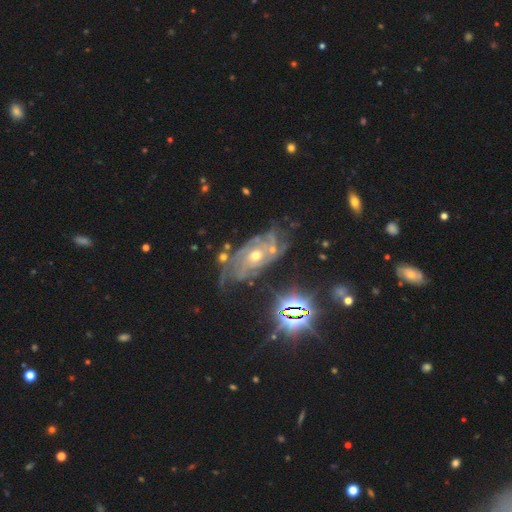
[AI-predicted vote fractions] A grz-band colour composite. It shows a featured or disk galaxy (84%) with no bar (76%), tight (65%) spiral arms (94%) and a moderate central bulge (63%). Merging: none (55%).